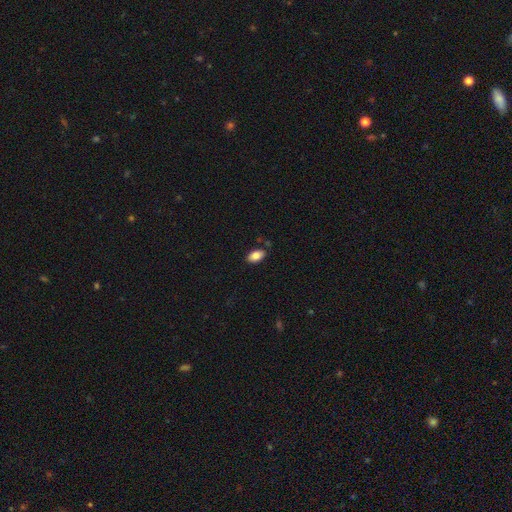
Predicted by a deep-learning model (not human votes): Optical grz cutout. It shows a smooth galaxy with no disk features (84%) that is in between round and cigar-shaped (93%). Merging: none (83%).